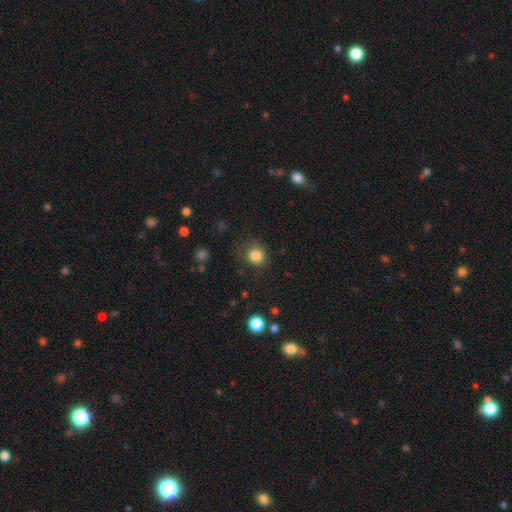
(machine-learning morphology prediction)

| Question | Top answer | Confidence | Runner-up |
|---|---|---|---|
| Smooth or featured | smooth | 84% | star or artifact (11%) |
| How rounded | round | 90% | in between (10%) |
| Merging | none | 80% | minor disturbance (13%) |